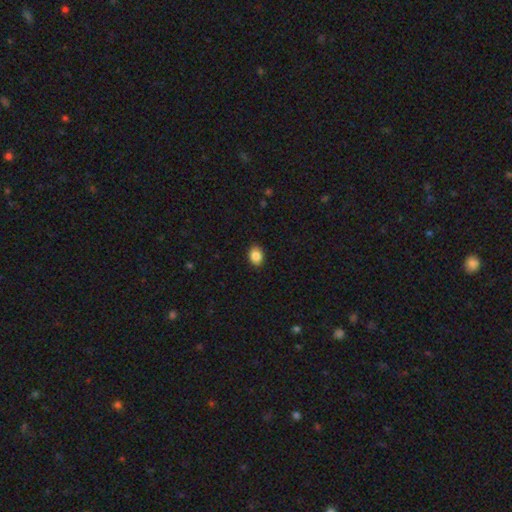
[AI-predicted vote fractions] Smooth or featured? Predicted: smooth (p=0.87). How rounded? Predicted: in between (p=0.66). Merging? Predicted: none (p=0.90).